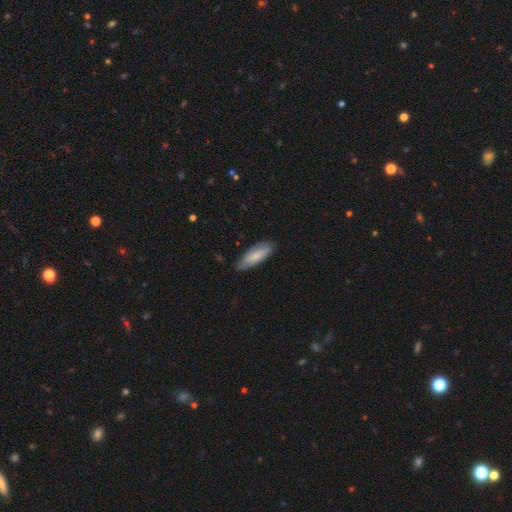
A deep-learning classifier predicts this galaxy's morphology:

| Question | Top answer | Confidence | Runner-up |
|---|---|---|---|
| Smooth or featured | smooth | 74% | featured or disk (20%) |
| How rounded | in between | 60% | cigar-shaped (38%) |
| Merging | none | 77% | minor disturbance (19%) |